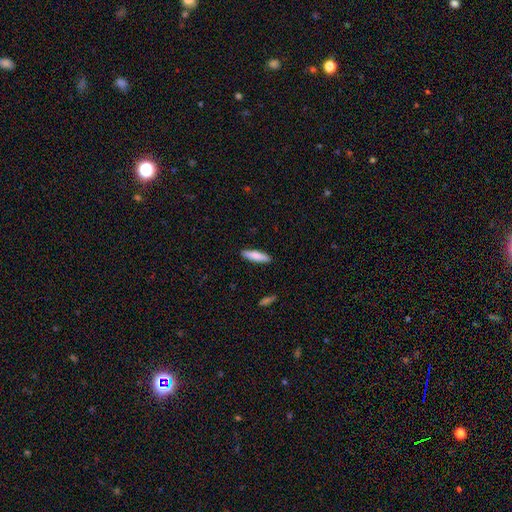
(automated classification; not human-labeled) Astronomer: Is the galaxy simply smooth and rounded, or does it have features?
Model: smooth — 81%.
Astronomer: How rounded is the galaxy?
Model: cigar-shaped — 69%.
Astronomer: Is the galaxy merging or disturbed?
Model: none — 89%.